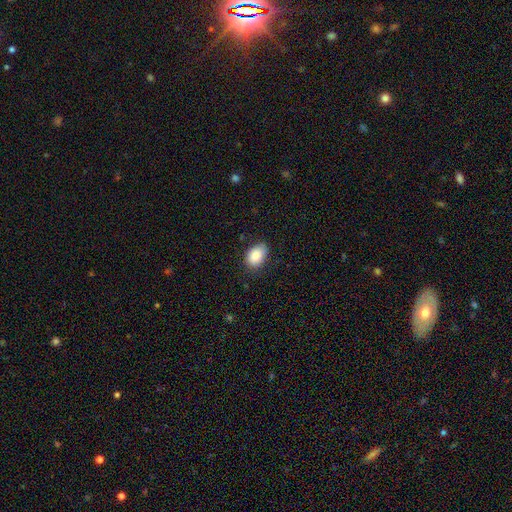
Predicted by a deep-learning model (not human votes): Smooth or featured?
  - smooth: 87% *
  - star or artifact: 8%
  - featured or disk: 6%
How rounded?
  - in between: 83% *
  - round: 15%
  - cigar-shaped: 1%
Merging?
  - none: 78% *
  - minor disturbance: 18%
  - major disturbance: 3%
  - merger: 1%